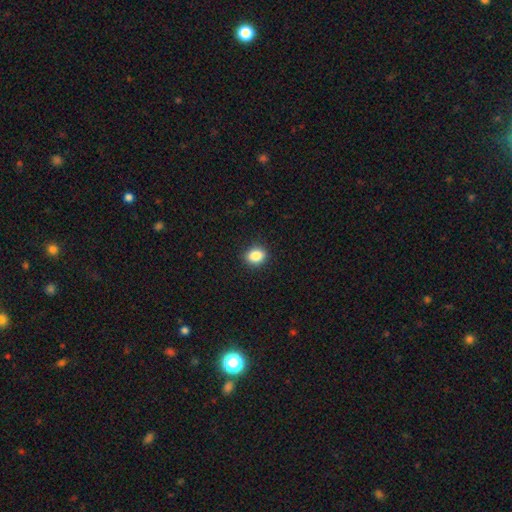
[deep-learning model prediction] Smooth or featured? Predicted: smooth (p=0.86). How rounded? Predicted: round (p=0.52). Merging? Predicted: none (p=0.89).